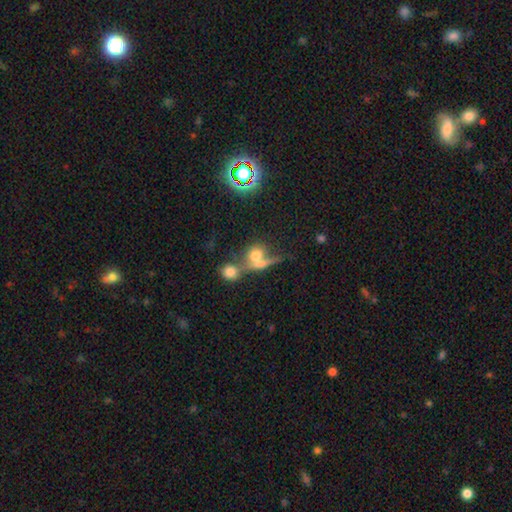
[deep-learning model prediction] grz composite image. It shows a smooth galaxy with no disk features (63%) that is round (64%). Merging: merger (47%).